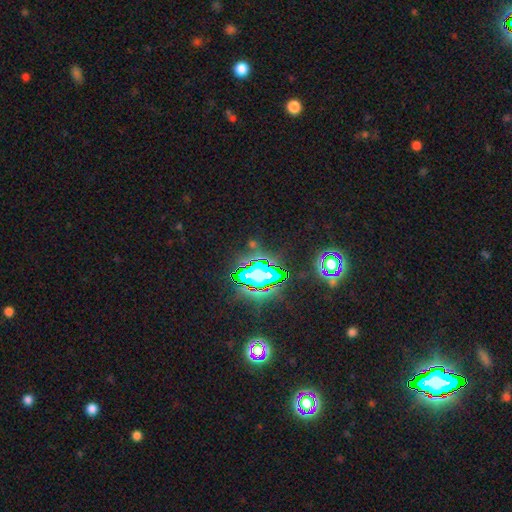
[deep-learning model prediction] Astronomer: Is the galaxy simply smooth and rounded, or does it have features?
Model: star or artifact — 83%.